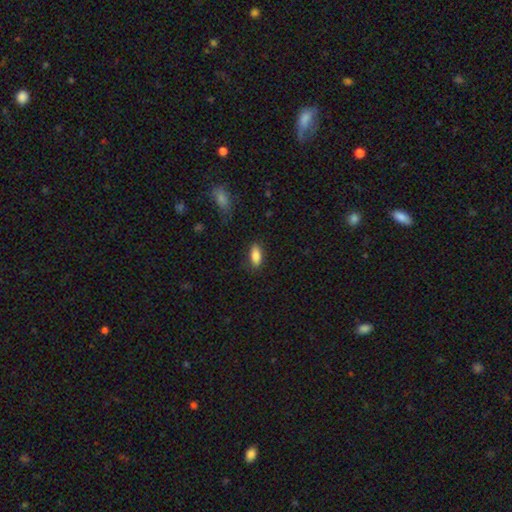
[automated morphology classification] Q: Smooth or featured?
A: smooth (84%); runner-up: featured or disk (9%)
Q: How rounded?
A: in between (85%); runner-up: cigar-shaped (12%)
Q: Merging?
A: none (83%); runner-up: minor disturbance (13%)